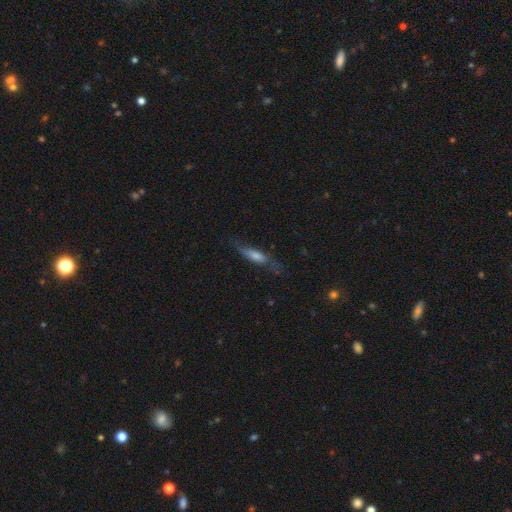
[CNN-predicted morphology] Smooth or featured: smooth — 59% (featured or disk — 34%)
How rounded: cigar-shaped — 66% (in between — 32%)
Merging: none — 60% (minor disturbance — 25%)